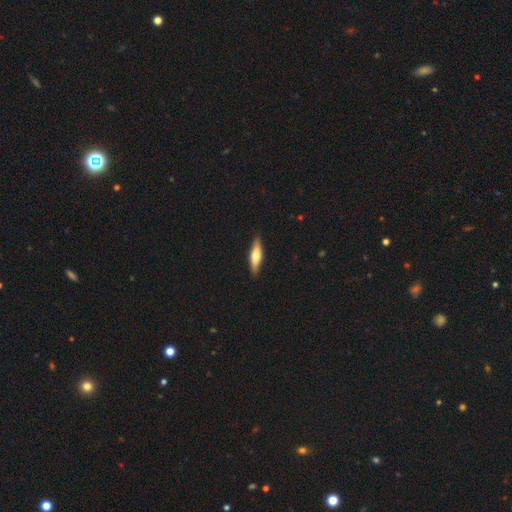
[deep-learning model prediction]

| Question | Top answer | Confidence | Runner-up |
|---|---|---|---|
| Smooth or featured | smooth | 56% | featured or disk (38%) |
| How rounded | cigar-shaped | 63% | in between (35%) |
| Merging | none | 89% | minor disturbance (9%) |